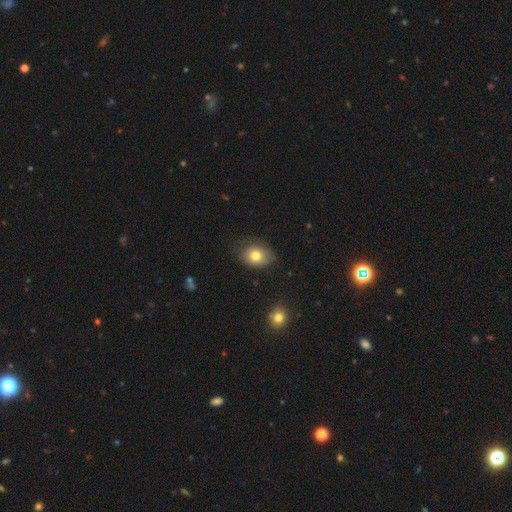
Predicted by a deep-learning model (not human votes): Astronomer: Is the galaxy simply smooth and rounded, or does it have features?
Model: smooth — 77%.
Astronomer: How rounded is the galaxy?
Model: in between — 60% (runner-up: round, 39%).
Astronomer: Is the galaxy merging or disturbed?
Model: none — 71%.